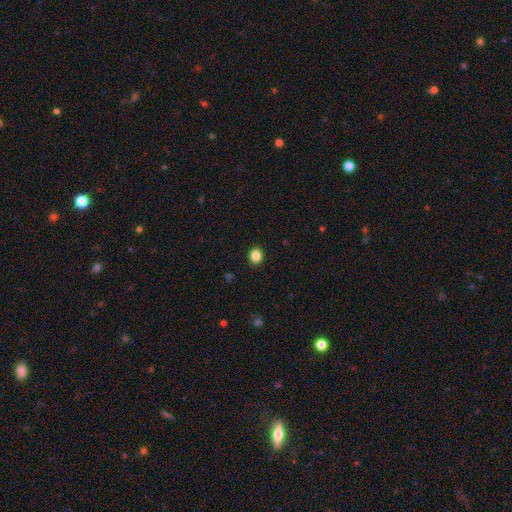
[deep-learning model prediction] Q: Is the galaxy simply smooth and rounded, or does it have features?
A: smooth — 86%.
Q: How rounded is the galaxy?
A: round — 69%.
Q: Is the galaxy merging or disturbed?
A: none — 92%.